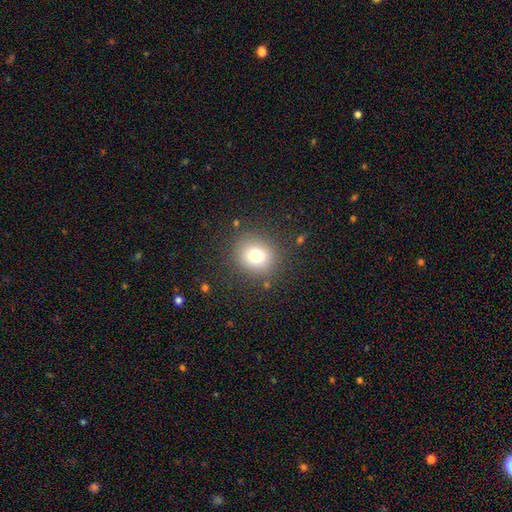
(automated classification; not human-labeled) A smooth galaxy with no disk features (81%) that is round (74%). Merging: none (85%).